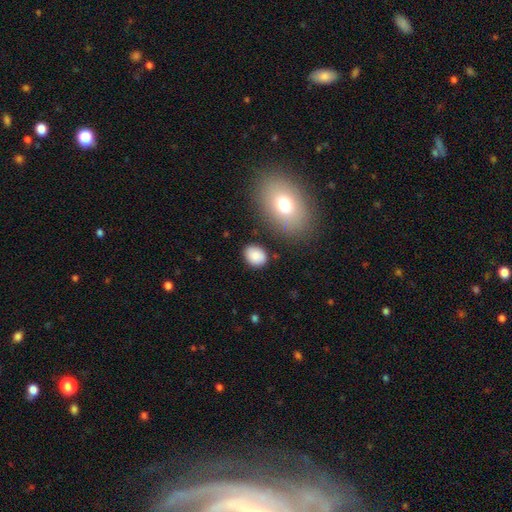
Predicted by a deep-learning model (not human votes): smooth 84%, star or artifact 9%, featured or disk 7%. Down the decision tree: how rounded — in between (61%); merging — none (79%).